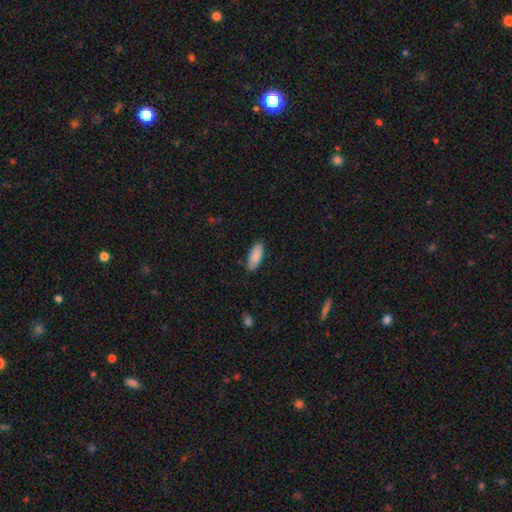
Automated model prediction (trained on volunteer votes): Smooth or featured: smooth — 89% (star or artifact — 6%)
How rounded: in between — 82% (cigar-shaped — 17%)
Merging: none — 84% (minor disturbance — 13%)